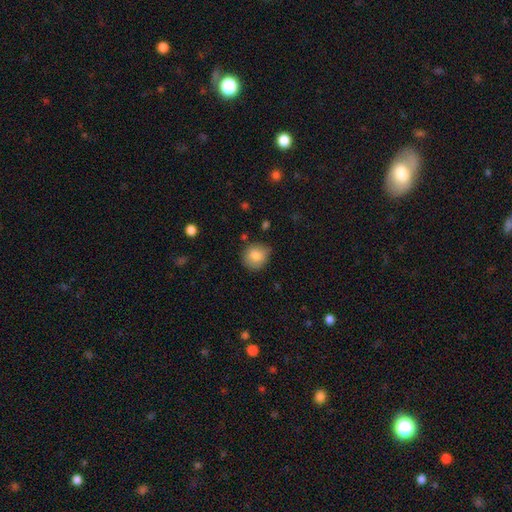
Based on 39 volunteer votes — Smooth or featured? smooth (87%)
How rounded? round (91%)
Merging? none (72%)